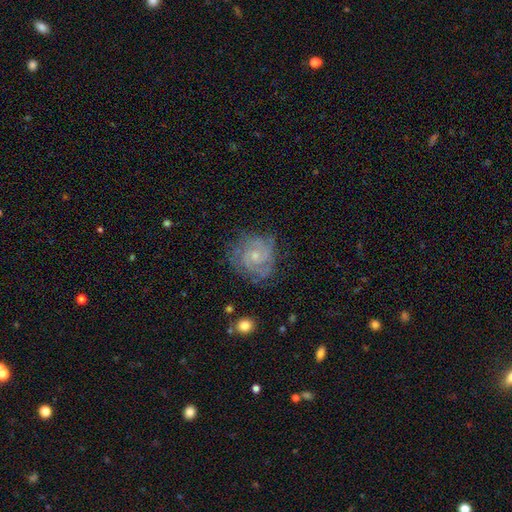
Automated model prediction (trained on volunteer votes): This appears to be a featured or disk galaxy (84%) with no bar (67%), 2 (49%) tight (67%) spiral arms (96%) and a small central bulge (65%). Merging: none (73%).